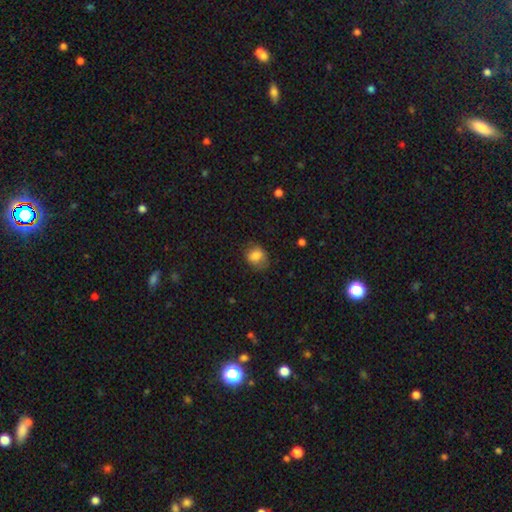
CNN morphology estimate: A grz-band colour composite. It shows a smooth galaxy with no disk features (82%) that is round (56%). Merging: none (62%).